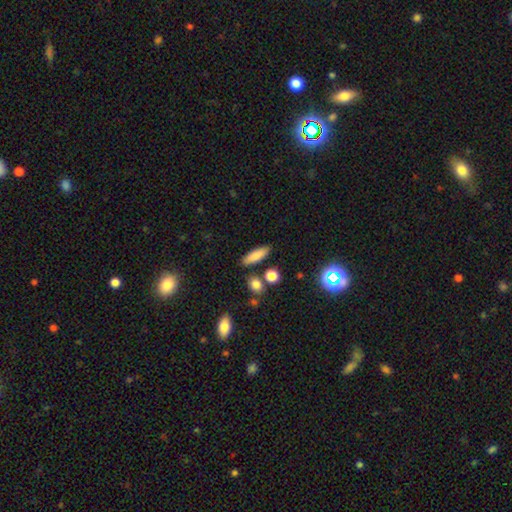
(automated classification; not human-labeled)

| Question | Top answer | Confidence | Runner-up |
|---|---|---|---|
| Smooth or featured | smooth | 82% | featured or disk (10%) |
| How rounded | cigar-shaped | 54% | in between (42%) |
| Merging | none | 82% | minor disturbance (9%) |